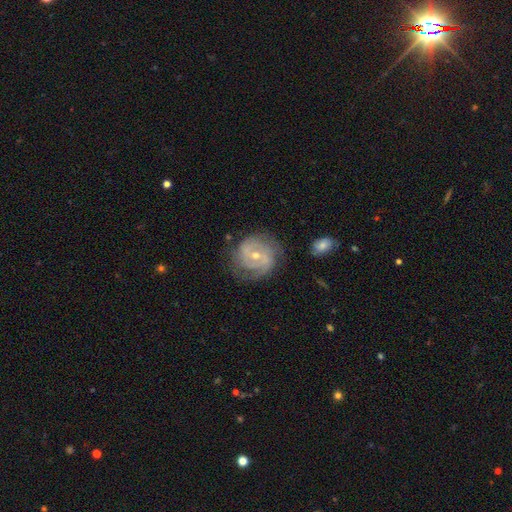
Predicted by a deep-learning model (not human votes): Smooth or featured? Predicted: featured or disk (p=0.81). Edge-on disk? Predicted: no (p=0.97). Bar? Predicted: no (p=0.45). Spiral arms? Predicted: yes (p=0.93). Spiral winding? Predicted: tight (p=0.55). Spiral arm count? Predicted: 2 (p=0.51). Bulge size? Predicted: small (p=0.51). Merging? Predicted: none (p=0.72).